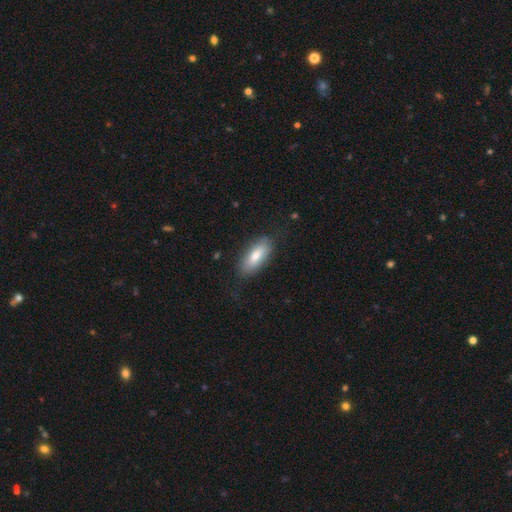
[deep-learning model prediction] Q: Smooth or featured?
A: smooth (72%); runner-up: featured or disk (21%)
Q: How rounded?
A: in between (81%); runner-up: cigar-shaped (17%)
Q: Merging?
A: none (78%); runner-up: minor disturbance (16%)